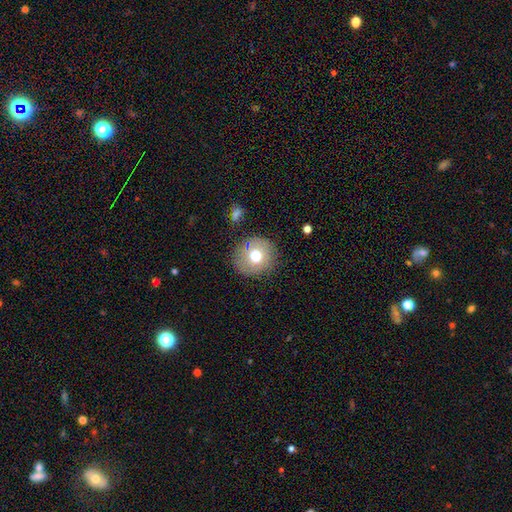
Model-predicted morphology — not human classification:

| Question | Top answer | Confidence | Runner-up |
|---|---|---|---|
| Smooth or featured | smooth | 71% | featured or disk (18%) |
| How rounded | round | 85% | in between (14%) |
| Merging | none | 82% | minor disturbance (11%) |